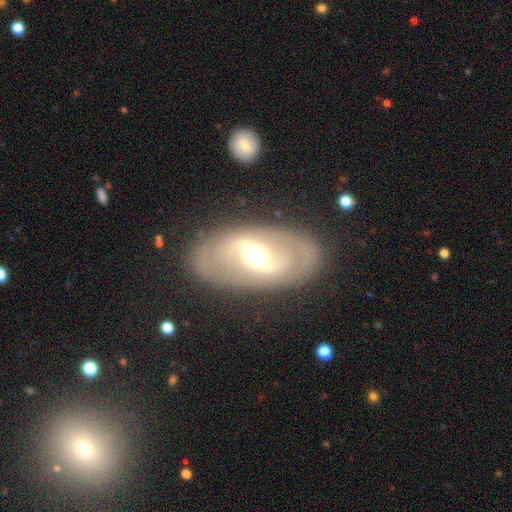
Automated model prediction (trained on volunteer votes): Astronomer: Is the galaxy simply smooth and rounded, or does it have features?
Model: featured or disk — 77%.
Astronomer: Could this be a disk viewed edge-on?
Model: no — 93%.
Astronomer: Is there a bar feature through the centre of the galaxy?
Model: weak — 43% (runner-up: strong, 39%).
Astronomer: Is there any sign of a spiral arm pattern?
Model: yes — 69%.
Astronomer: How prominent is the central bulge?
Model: moderate — 68%.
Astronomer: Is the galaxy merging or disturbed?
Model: none — 81%.